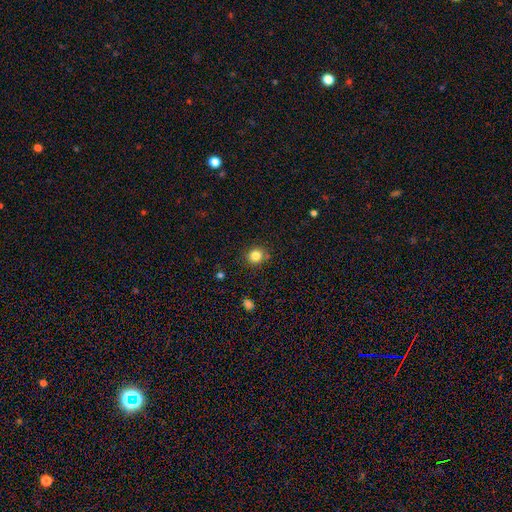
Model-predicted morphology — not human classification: A smooth galaxy with no disk features (83%) that is round (82%). Merging: none (86%).